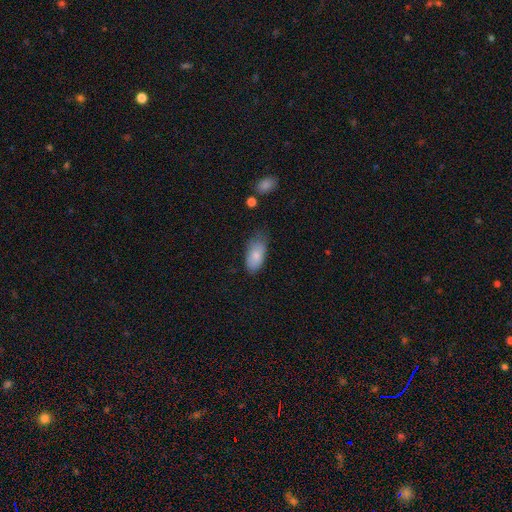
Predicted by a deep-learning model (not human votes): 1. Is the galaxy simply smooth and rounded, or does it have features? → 80% smooth, 13% featured or disk, 7% star or artifact.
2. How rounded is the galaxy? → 93% in between, 4% cigar-shaped, 3% round.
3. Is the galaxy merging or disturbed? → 59% none, 31% minor disturbance, 7% major disturbance, 2% merger.